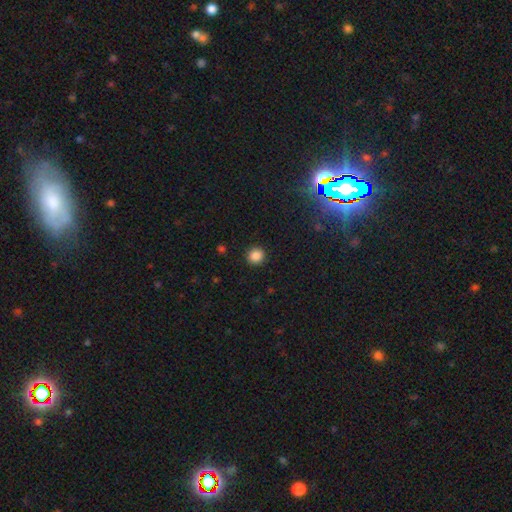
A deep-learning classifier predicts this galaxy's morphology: The model was most divided on "smooth or featured": smooth: 86%, star or artifact: 11%, featured or disk: 3%. More confident: how rounded — round (94%); merging — none (92%).